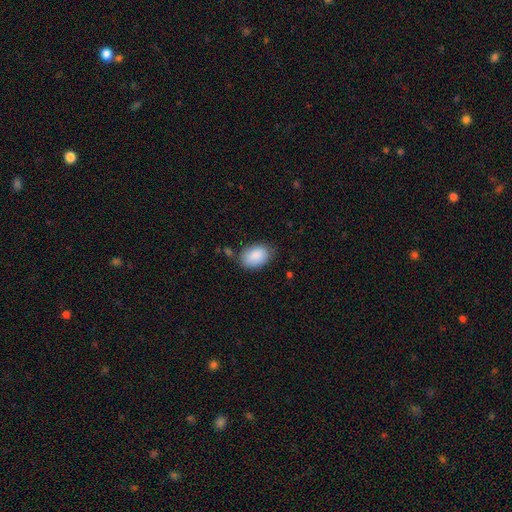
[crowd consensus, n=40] Smooth or featured? 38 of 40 (95%) said smooth. How rounded? 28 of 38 (74%) said in between. Merging? 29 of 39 (74%) said none.